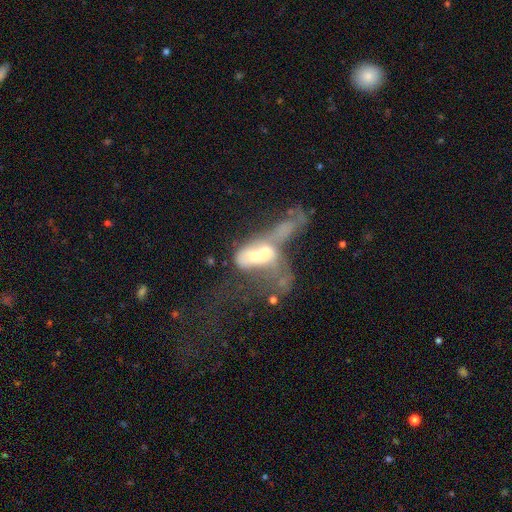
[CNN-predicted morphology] This is possibly a featured or disk galaxy (49%). Merging: likely merger (75%).